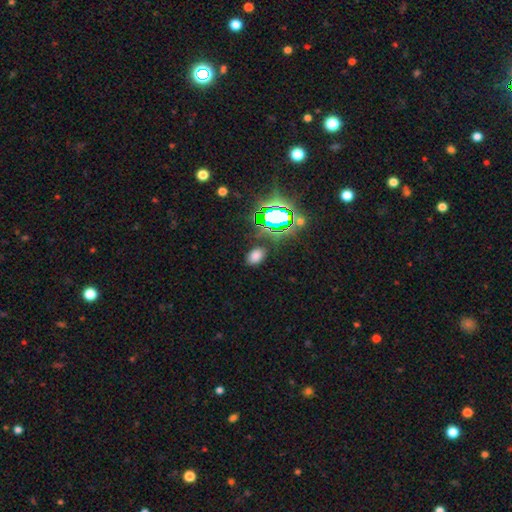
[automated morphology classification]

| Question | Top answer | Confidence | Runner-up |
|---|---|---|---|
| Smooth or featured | smooth | 67% | star or artifact (26%) |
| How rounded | in between | 84% | round (15%) |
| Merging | none | 84% | minor disturbance (10%) |